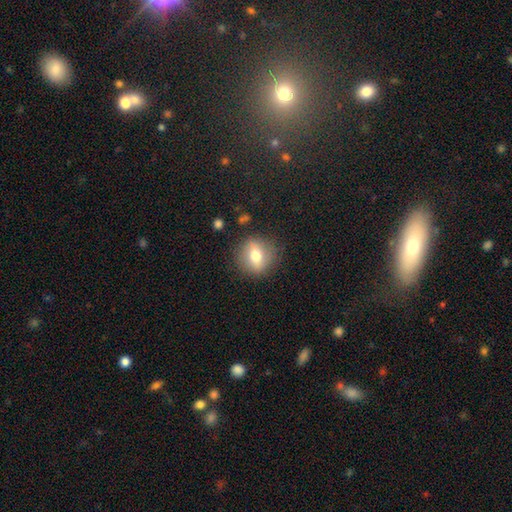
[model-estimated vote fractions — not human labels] smooth_or_featured: smooth (p=0.57) [alt: featured or disk p=0.34]
how_rounded: round (p=0.78) [alt: in between p=0.20]
merging: none (p=0.83) [alt: minor disturbance p=0.11]